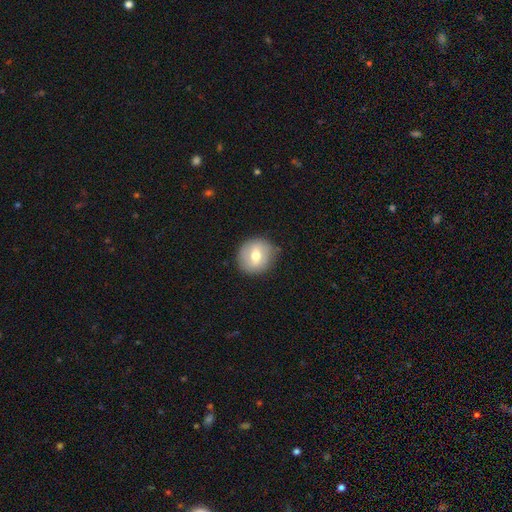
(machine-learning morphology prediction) smooth 62%, featured or disk 31%, star or artifact 8%. Down the decision tree: how rounded — round (88%); merging — none (85%).